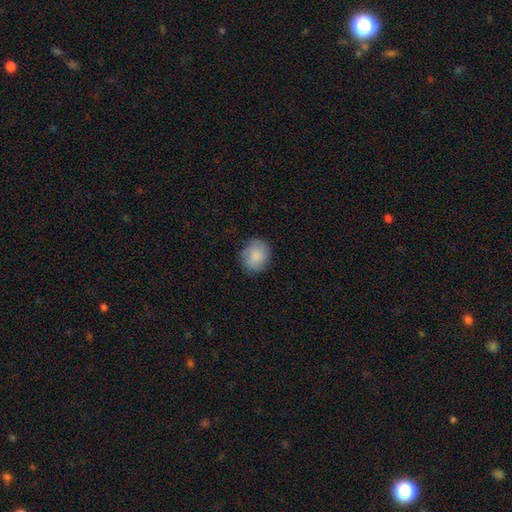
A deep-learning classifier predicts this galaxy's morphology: Smooth or featured? smooth (85%)
How rounded? round (65%)
Merging? none (80%)